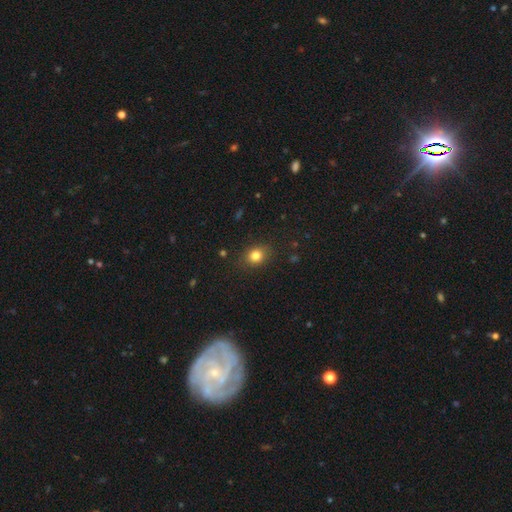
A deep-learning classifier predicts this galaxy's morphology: smooth 82%, star or artifact 12%, featured or disk 7%. Down the decision tree: how rounded — round (56%); merging — none (84%).